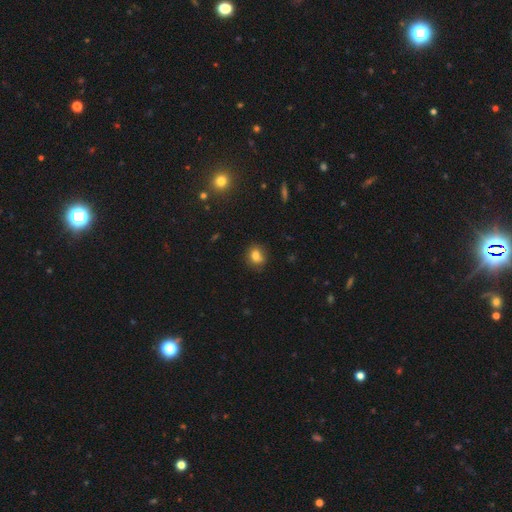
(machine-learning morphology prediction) Q: Smooth or featured?
A: smooth (77%); runner-up: star or artifact (12%)
Q: How rounded?
A: round (62%); runner-up: in between (37%)
Q: Merging?
A: none (71%); runner-up: minor disturbance (20%)